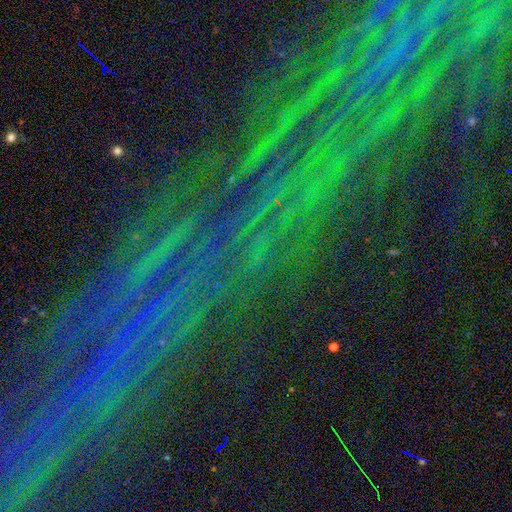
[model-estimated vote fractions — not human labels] star or artifact 83%, featured or disk 9%, smooth 8%.